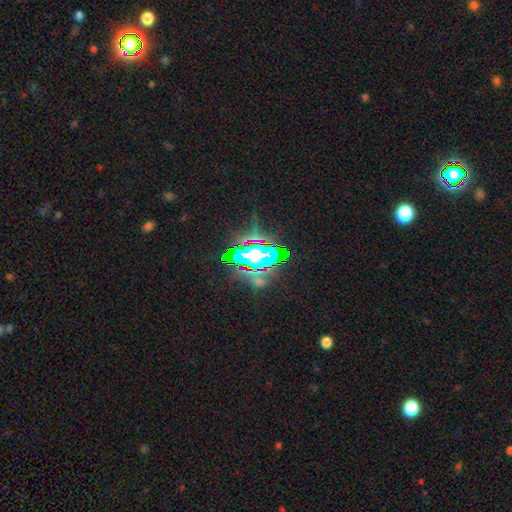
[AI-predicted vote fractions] A star or artifact, not a galaxy (55%).

Vote fractions:
- Smooth or featured? star or artifact: 55% / featured or disk: 26% / smooth: 19%